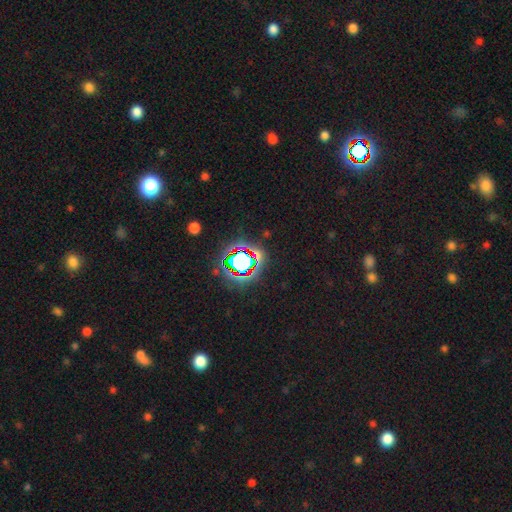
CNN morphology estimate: Q: Smooth or featured?
A: star or artifact (64%); runner-up: smooth (22%)